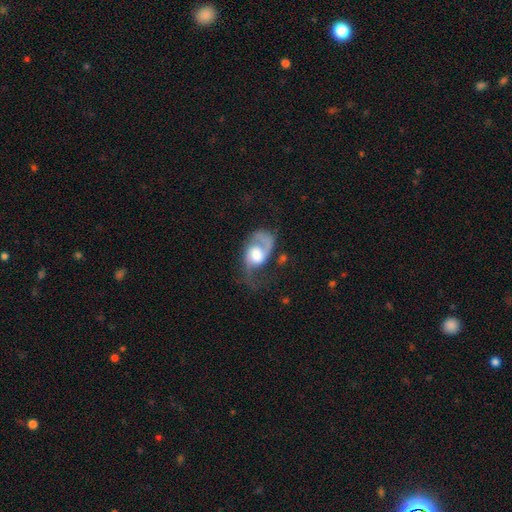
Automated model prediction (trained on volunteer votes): This appears to be a featured or disk galaxy (72%) with no bar (67%), 2 (55%) loose (43%) spiral arms (90%) and a large central bulge (47%). Merging: major disturbance (37%).